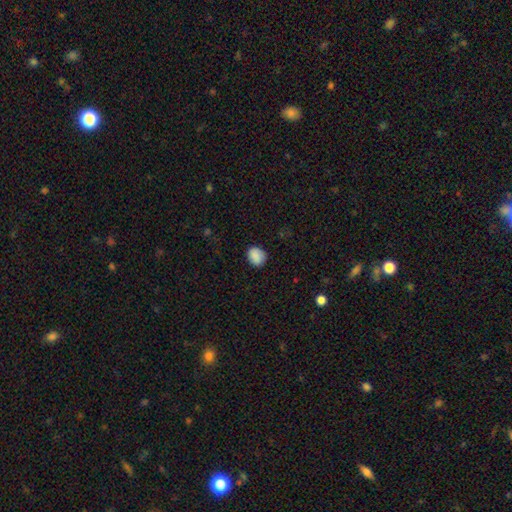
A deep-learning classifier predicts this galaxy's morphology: The model was most divided on "how rounded": round: 60%, in between: 39%, cigar-shaped: 1%. More confident: smooth or featured — smooth (88%); merging — none (84%).